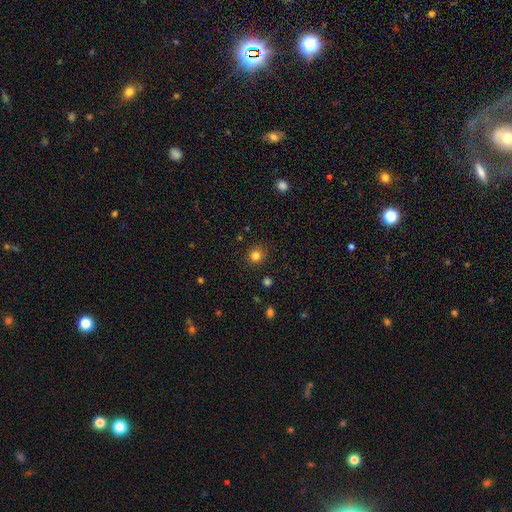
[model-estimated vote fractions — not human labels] Smooth or featured: smooth — 81% (star or artifact — 14%)
How rounded: round — 91% (in between — 8%)
Merging: none — 90% (minor disturbance — 7%)